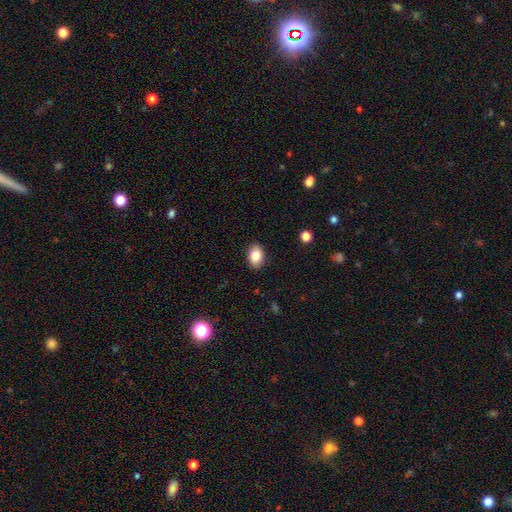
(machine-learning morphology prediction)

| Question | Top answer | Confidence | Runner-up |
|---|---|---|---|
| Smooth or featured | smooth | 83% | featured or disk (9%) |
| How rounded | in between | 79% | round (19%) |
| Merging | none | 88% | minor disturbance (9%) |